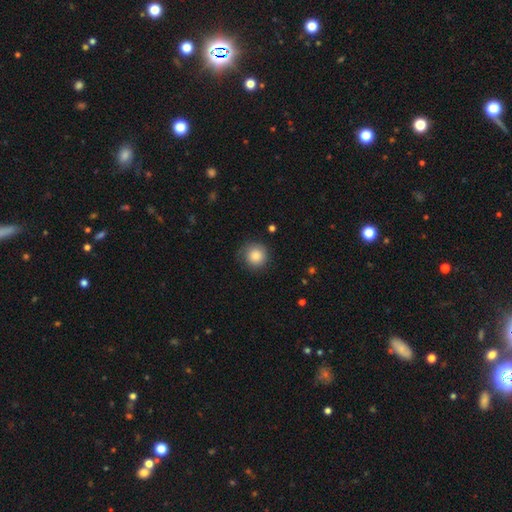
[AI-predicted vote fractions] smooth_or_featured: smooth (p=0.85) [alt: star or artifact p=0.08]
how_rounded: round (p=0.94) [alt: in between p=0.06]
merging: none (p=0.78) [alt: minor disturbance p=0.16]